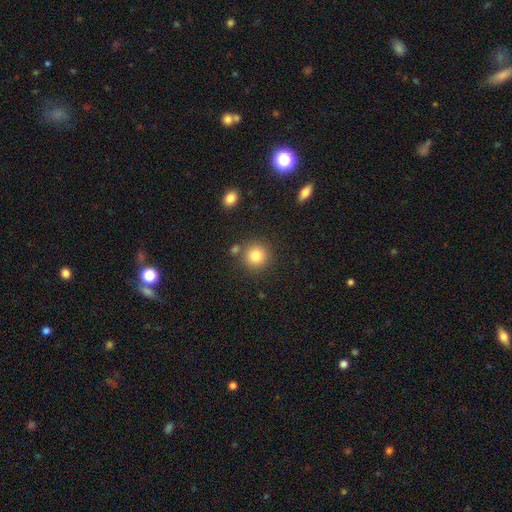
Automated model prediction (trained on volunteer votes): smooth-or-featured: smooth: 82% | star or artifact: 11% | featured or disk: 7%
  how-rounded: round: 93% | in between: 6% | cigar-shaped: 1%
  merging: none: 81% | merger: 8% | minor disturbance: 8% | major disturbance: 3%